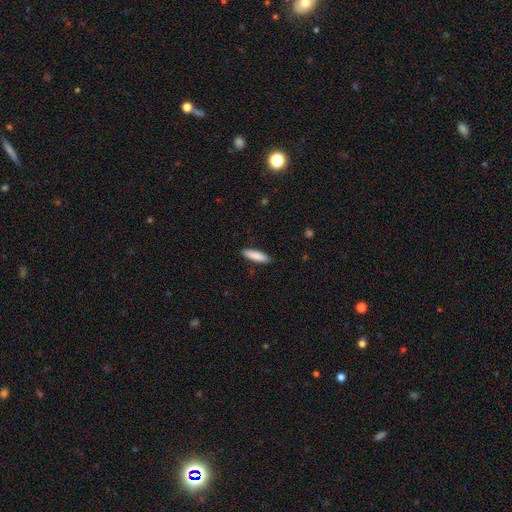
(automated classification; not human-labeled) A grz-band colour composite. It shows a smooth galaxy with no disk features (88%) that is cigar-shaped (68%). Merging: none (89%).